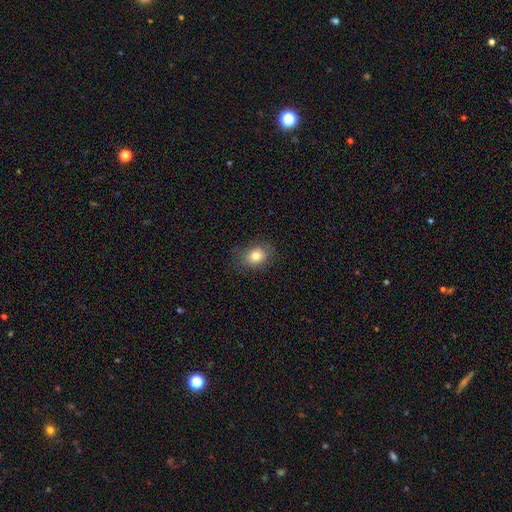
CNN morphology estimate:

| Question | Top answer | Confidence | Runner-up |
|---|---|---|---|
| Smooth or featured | smooth | 79% | star or artifact (11%) |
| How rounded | in between | 57% | round (42%) |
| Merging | none | 82% | minor disturbance (13%) |